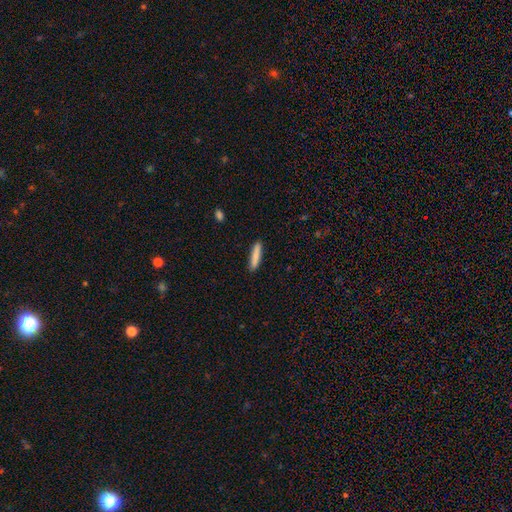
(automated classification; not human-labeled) smooth 84%, featured or disk 10%, star or artifact 6%. Down the decision tree: how rounded — cigar-shaped (89%); merging — none (90%).